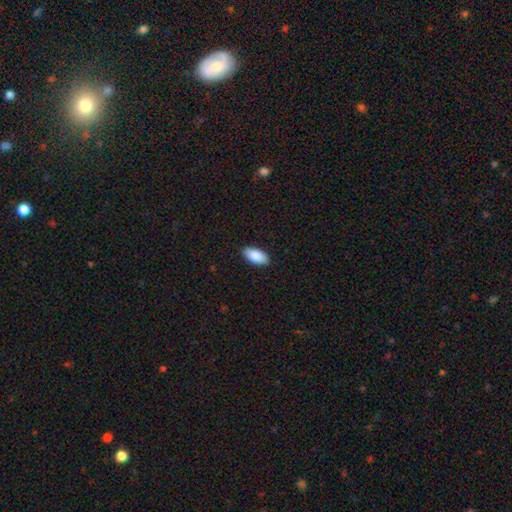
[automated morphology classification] Q: Smooth or featured?
A: smooth (89%); runner-up: star or artifact (6%)
Q: How rounded?
A: in between (93%); runner-up: cigar-shaped (5%)
Q: Merging?
A: none (90%); runner-up: minor disturbance (7%)